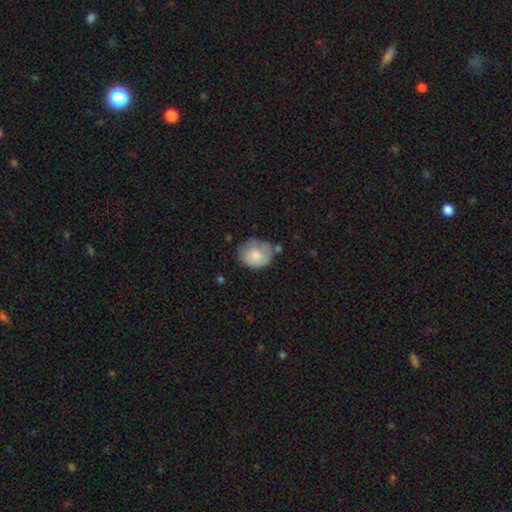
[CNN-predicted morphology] Smooth or featured?
  - smooth: 75% *
  - featured or disk: 18%
  - star or artifact: 7%
How rounded?
  - round: 59% *
  - in between: 40%
  - cigar-shaped: 1%
Merging?
  - none: 57% *
  - minor disturbance: 28%
  - major disturbance: 8%
  - merger: 6%